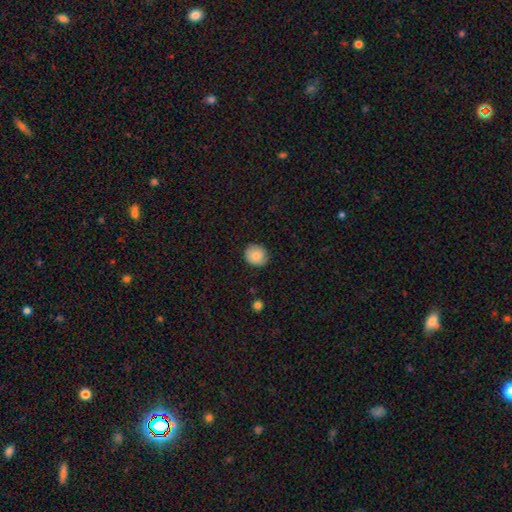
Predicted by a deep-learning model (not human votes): This appears to be a smooth galaxy with no disk features (83%) that is round (85%). Merging: none (82%).